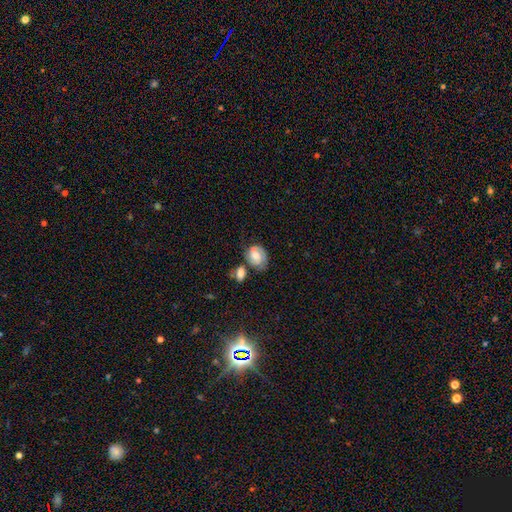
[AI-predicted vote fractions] Morphology: type=smooth (46%, tied with featured or disk); merging=none (44%).